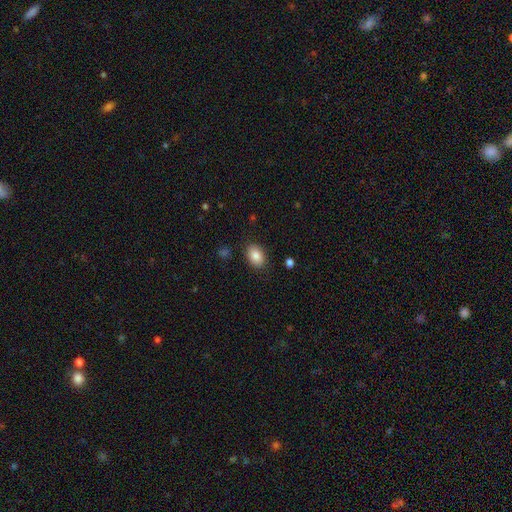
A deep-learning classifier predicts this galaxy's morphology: Overall: smooth (86%). How rounded: in between (84%). Merging: none (86%).